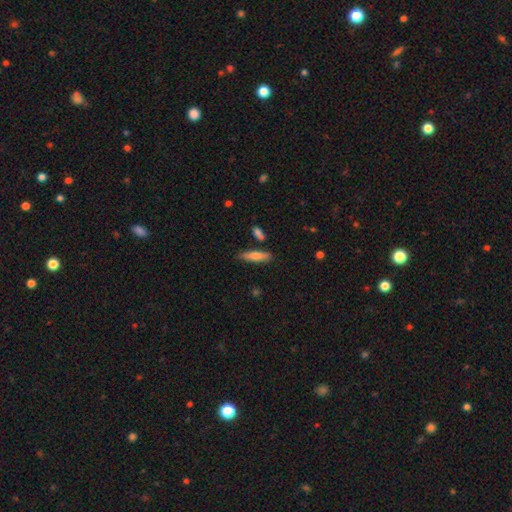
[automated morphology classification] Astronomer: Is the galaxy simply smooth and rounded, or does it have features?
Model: smooth — 72%.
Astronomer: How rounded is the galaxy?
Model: cigar-shaped — 77%.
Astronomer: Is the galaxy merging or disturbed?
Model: none — 81%.